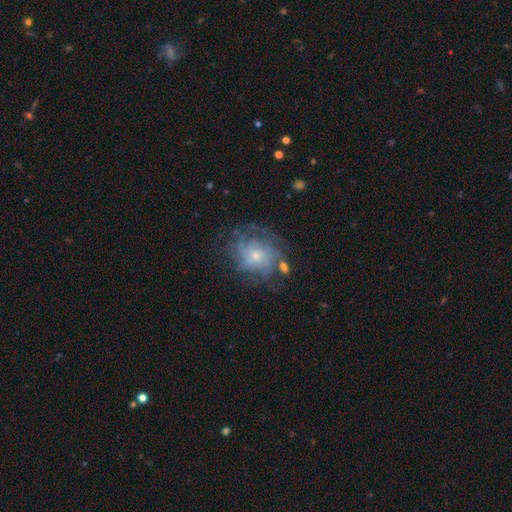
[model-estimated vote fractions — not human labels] smooth_or_featured: featured or disk (p=0.70) [alt: smooth p=0.19]
disk_edge_on: no (p=0.97) [alt: yes p=0.03]
bar: no (p=0.78) [alt: weak p=0.19]
has_spiral_arms: yes (p=0.79) [alt: no p=0.21]
spiral_winding: tight (p=0.53) [alt: medium p=0.31]
spiral_arm_count: can't tell (p=0.53) [alt: 4 p=0.15]
bulge_size: small (p=0.56) [alt: moderate p=0.37]
merging: none (p=0.63) [alt: minor disturbance p=0.19]